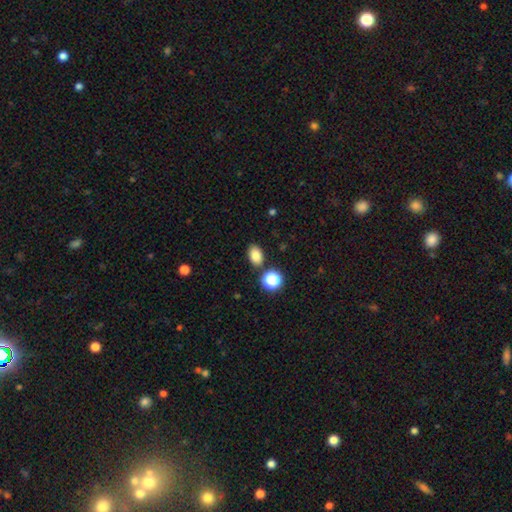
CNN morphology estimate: Overall: smooth (83%). How rounded: in between (81%). Merging: none (82%).